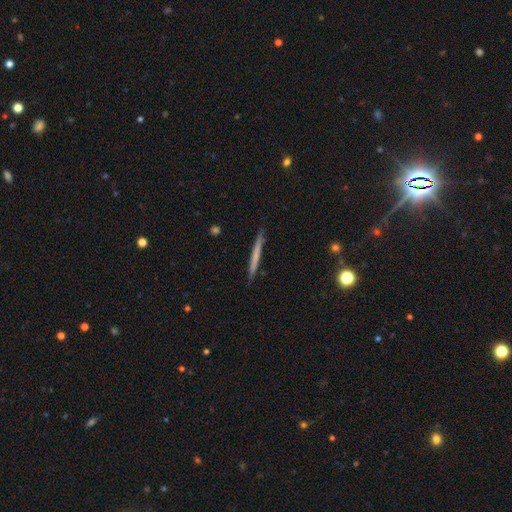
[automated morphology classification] The model was most divided on "smooth or featured": smooth: 53%, featured or disk: 41%, star or artifact: 6%. More confident: how rounded — cigar-shaped (97%); merging — none (90%).